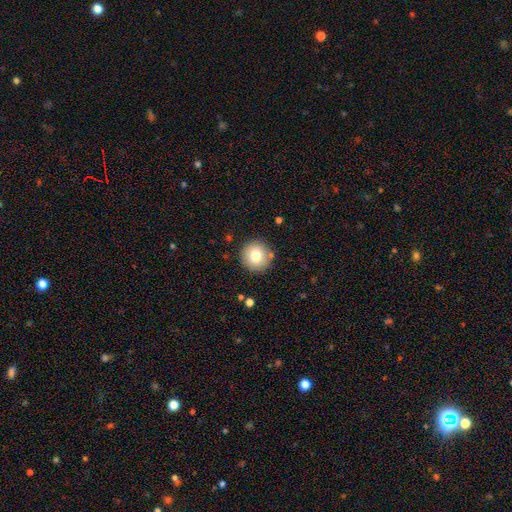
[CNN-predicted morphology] Smooth or featured? smooth (78%)
How rounded? round (95%)
Merging? none (88%)